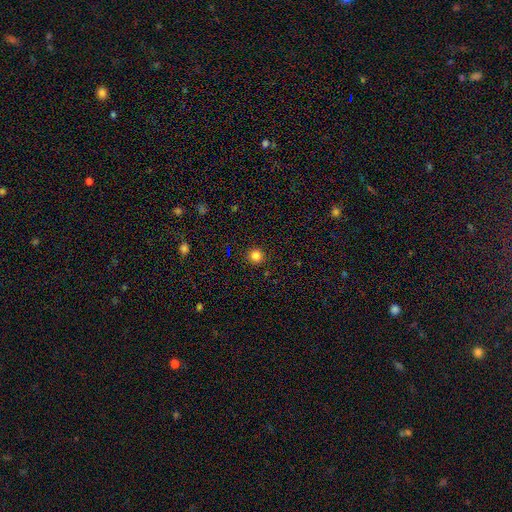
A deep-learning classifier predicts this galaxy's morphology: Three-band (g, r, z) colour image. It shows a smooth galaxy with no disk features (83%) that is round (95%). Merging: none (92%).